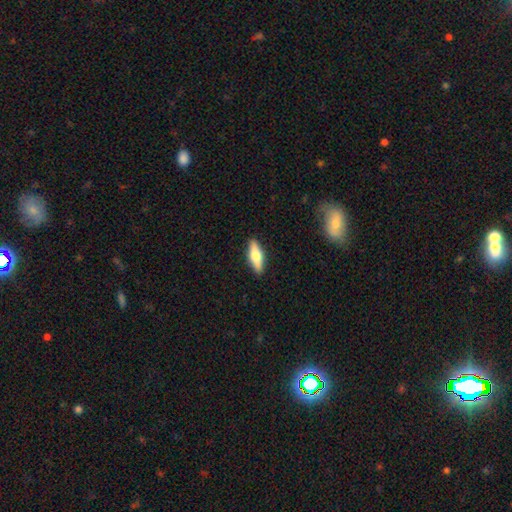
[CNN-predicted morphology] This is possibly a smooth galaxy (56%). How rounded: possibly in between (50%). Merging: clearly none (90%).